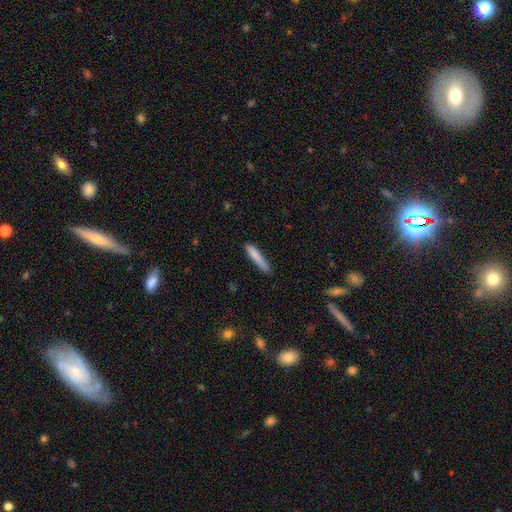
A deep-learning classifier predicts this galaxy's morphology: This appears to be a smooth galaxy with no disk features (80%) that is cigar-shaped (91%). Merging: none (76%).